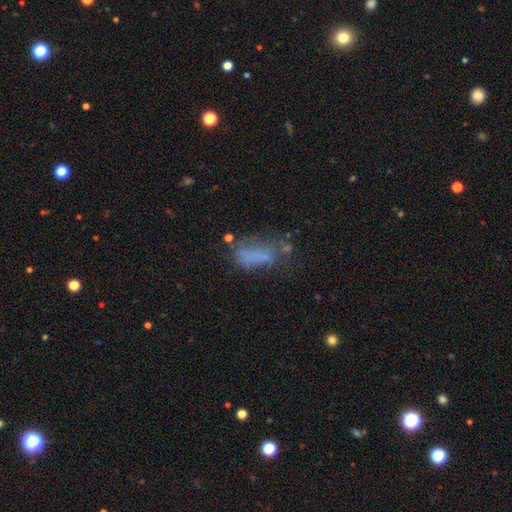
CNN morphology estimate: smooth 54%, featured or disk 28%, star or artifact 18%. Down the decision tree: how rounded — in between (82%); merging — major disturbance (34%).